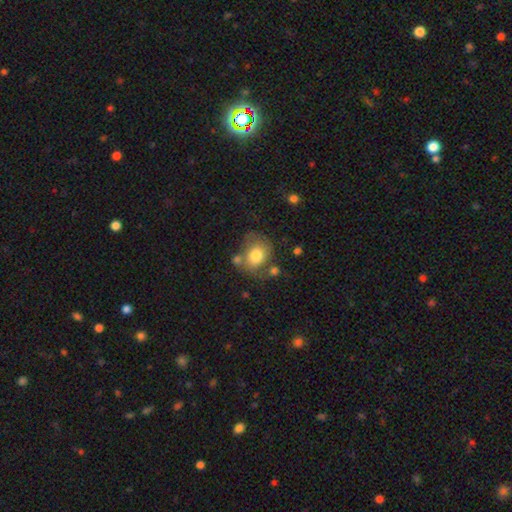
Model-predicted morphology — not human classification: type=smooth (74%); roundness=round (57%); merging=none (54%).